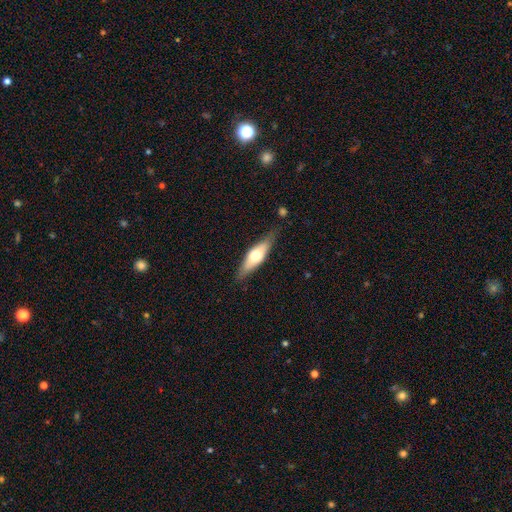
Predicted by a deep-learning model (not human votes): This is possibly a smooth galaxy (51%). How rounded: possibly cigar-shaped (50%). Merging: likely none (79%).